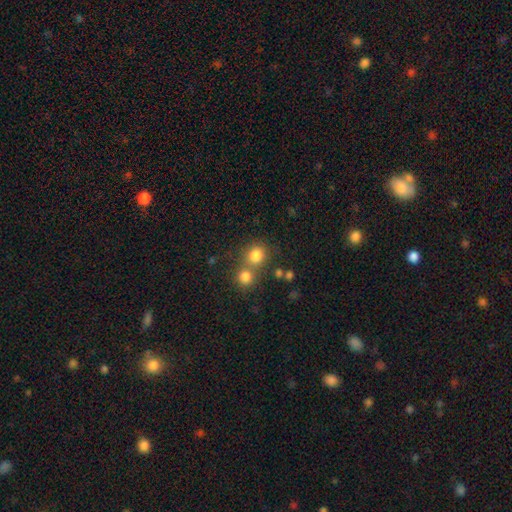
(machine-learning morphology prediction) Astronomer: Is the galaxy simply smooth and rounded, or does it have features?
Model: smooth — 80%.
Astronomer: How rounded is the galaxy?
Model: round — 84%.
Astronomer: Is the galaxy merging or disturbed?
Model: none — 56% (runner-up: merger, 33%).